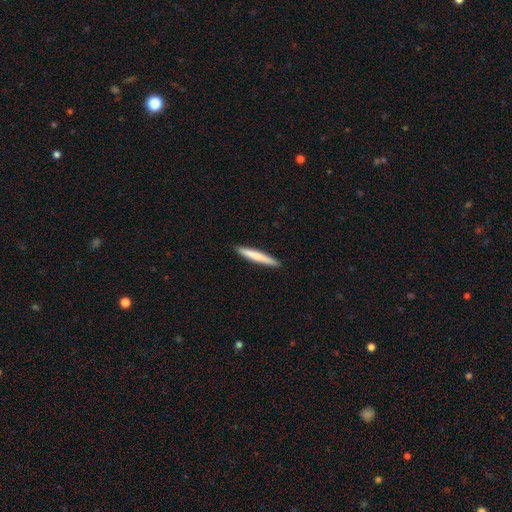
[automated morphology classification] smooth 72%, featured or disk 23%, star or artifact 5%. Down the decision tree: how rounded — cigar-shaped (96%); merging — none (92%).